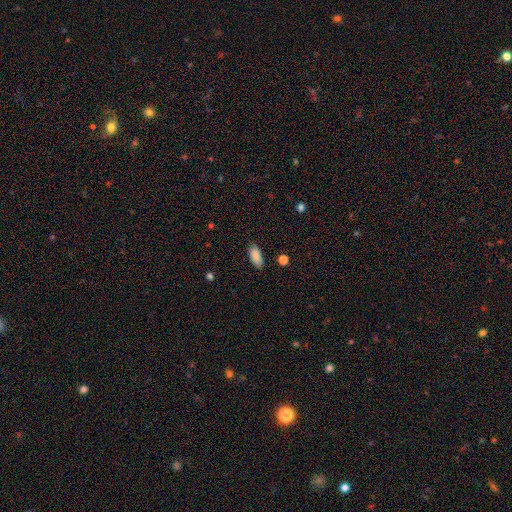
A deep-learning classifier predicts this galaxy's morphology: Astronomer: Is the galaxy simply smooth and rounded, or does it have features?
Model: smooth — 88%.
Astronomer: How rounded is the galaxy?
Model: in between — 87%.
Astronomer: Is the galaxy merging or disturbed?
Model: none — 83%.